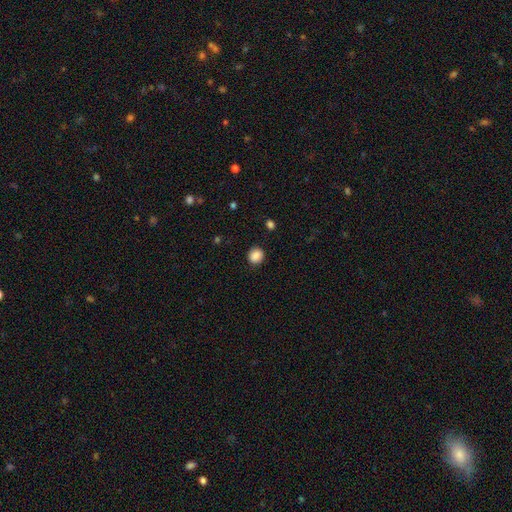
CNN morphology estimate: smooth-or-featured: smooth: 87% | star or artifact: 9% | featured or disk: 4%
  how-rounded: round: 78% | in between: 21% | cigar-shaped: 1%
  merging: none: 88% | minor disturbance: 8% | major disturbance: 2% | merger: 1%